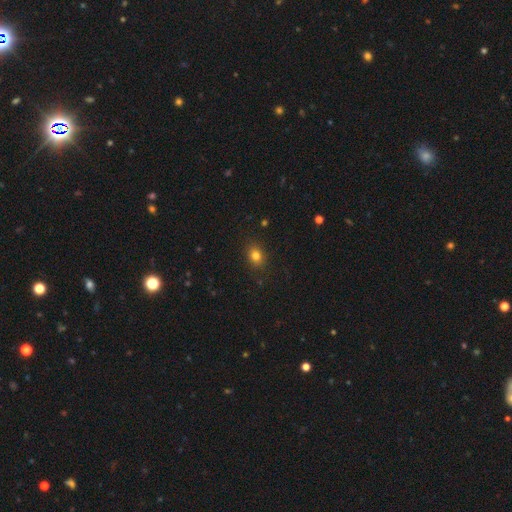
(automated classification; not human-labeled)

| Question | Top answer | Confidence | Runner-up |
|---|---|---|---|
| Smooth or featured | smooth | 80% | star or artifact (13%) |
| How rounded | in between | 52% | round (46%) |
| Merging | none | 87% | minor disturbance (9%) |